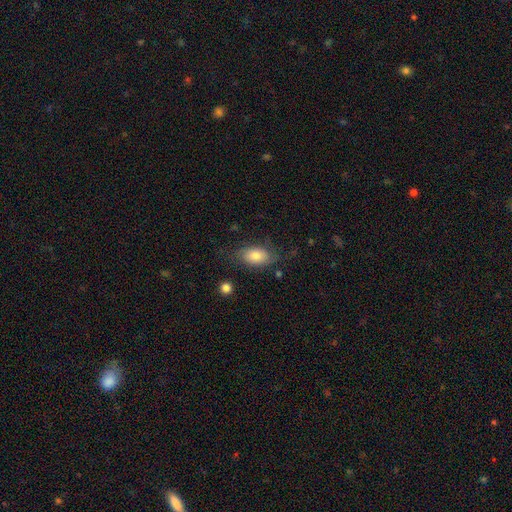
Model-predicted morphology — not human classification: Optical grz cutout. It shows a smooth galaxy with no disk features (74%) that is in between round and cigar-shaped (88%). Merging: none (66%).